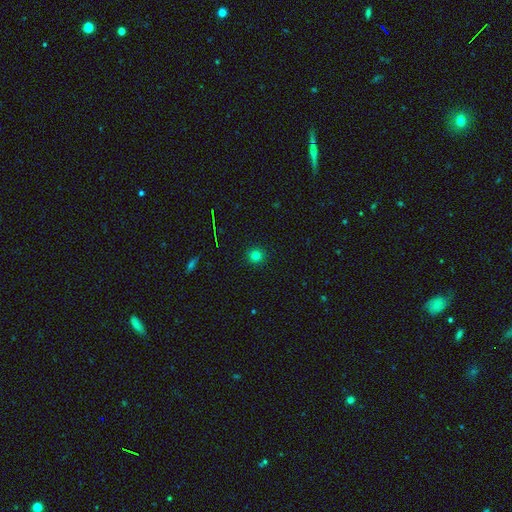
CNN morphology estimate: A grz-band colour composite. It shows a smooth galaxy with no disk features (77%) that is round (94%). Merging: none (92%).